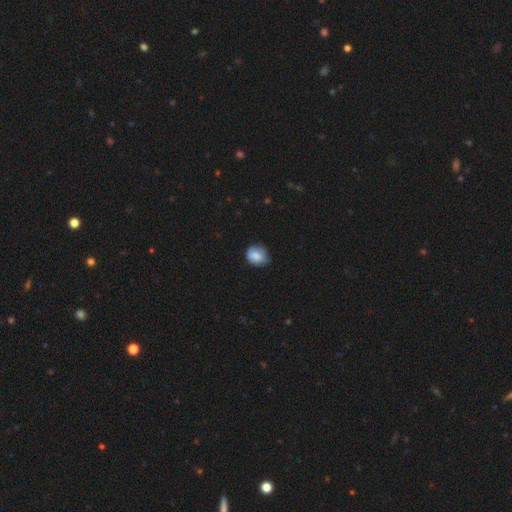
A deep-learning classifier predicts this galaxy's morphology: A smooth galaxy with no disk features (80%) that is round (62%). Merging: none (66%).